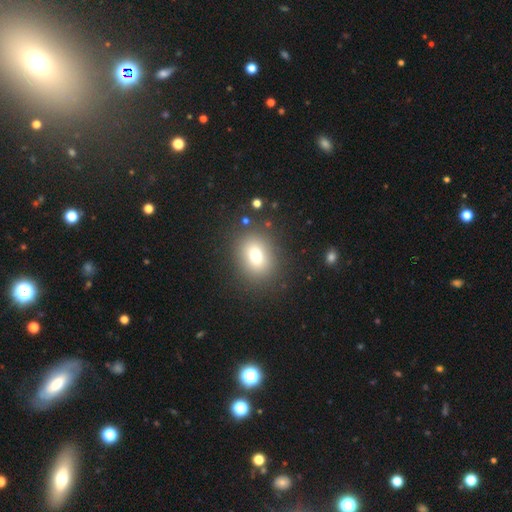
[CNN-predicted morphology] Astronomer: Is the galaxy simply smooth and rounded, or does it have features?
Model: smooth — 74%.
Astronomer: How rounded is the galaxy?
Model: round — 51% (runner-up: in between, 48%).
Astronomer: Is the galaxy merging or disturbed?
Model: none — 85%.